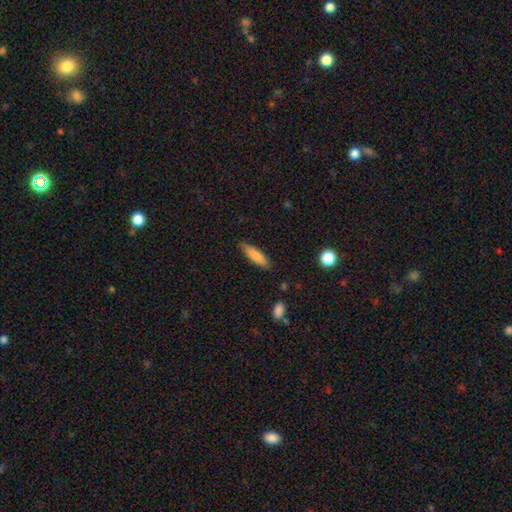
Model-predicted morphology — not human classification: smooth 82%, featured or disk 11%, star or artifact 6%. Down the decision tree: how rounded — cigar-shaped (60%); merging — none (80%).